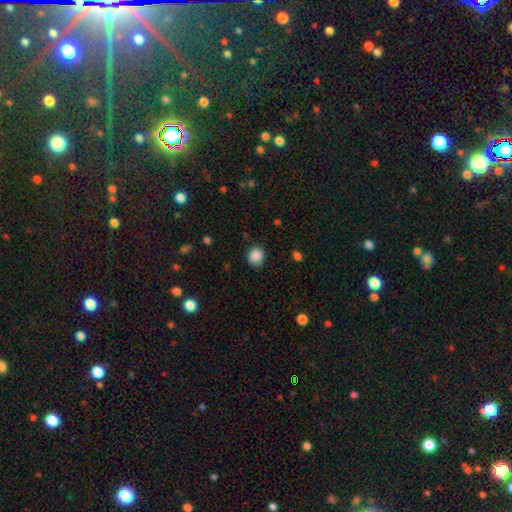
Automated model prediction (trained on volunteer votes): The model was most divided on "how rounded": round: 76%, in between: 23%, cigar-shaped: 1%. More confident: smooth or featured — smooth (88%); merging — none (84%).